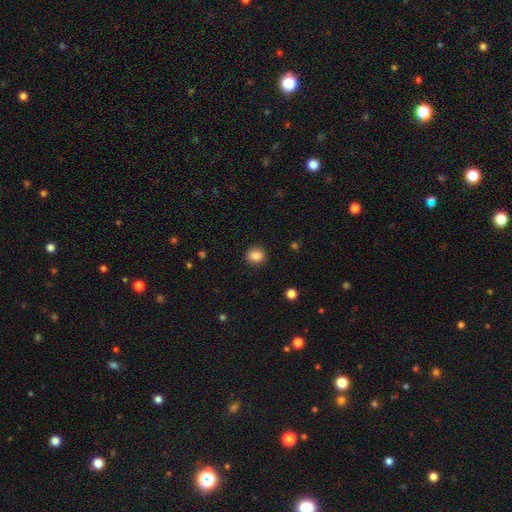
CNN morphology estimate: Smooth or featured? smooth (86%)
How rounded? round (82%)
Merging? none (91%)